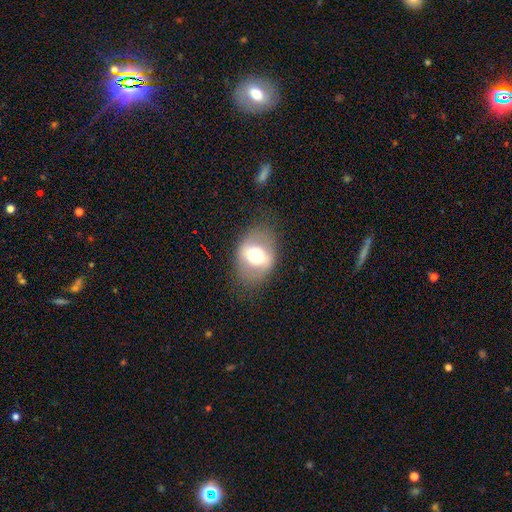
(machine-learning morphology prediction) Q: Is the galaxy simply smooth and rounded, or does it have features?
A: smooth — 47%.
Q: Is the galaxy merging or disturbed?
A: none — 74%.